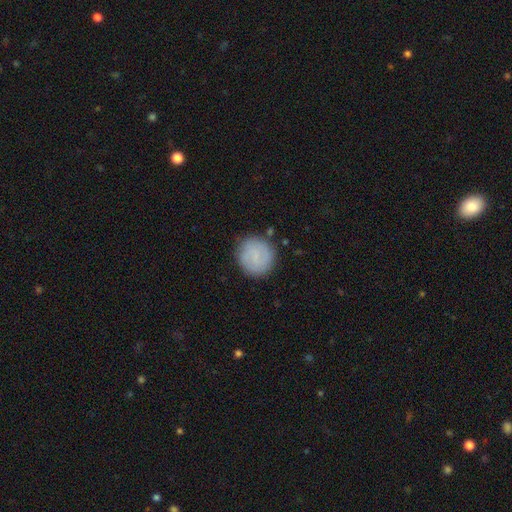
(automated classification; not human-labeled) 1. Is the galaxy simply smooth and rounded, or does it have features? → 66% smooth, 27% featured or disk, 7% star or artifact.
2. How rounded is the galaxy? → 92% round, 7% in between, 1% cigar-shaped.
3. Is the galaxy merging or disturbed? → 85% none, 11% minor disturbance, 3% major disturbance, 2% merger.